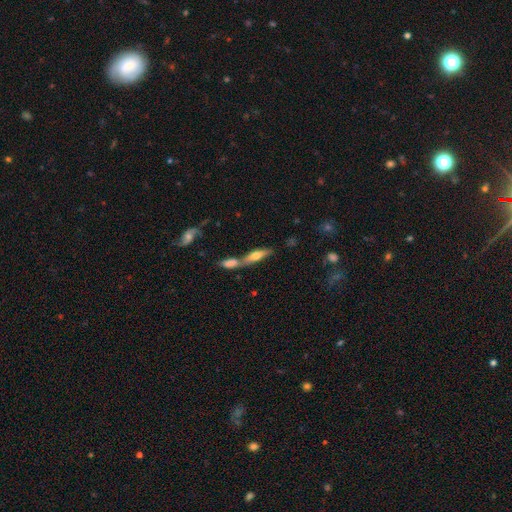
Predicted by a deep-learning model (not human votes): Smooth or featured: smooth — 51% (featured or disk — 41%)
How rounded: cigar-shaped — 59% (in between — 38%)
Merging: merger — 50% (none — 37%)